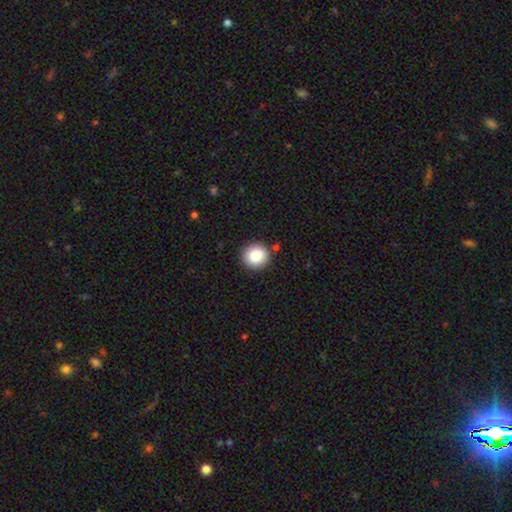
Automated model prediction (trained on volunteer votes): smooth_or_featured: smooth (p=0.85) [alt: star or artifact p=0.09]
how_rounded: round (p=0.89) [alt: in between p=0.10]
merging: none (p=0.88) [alt: minor disturbance p=0.08]